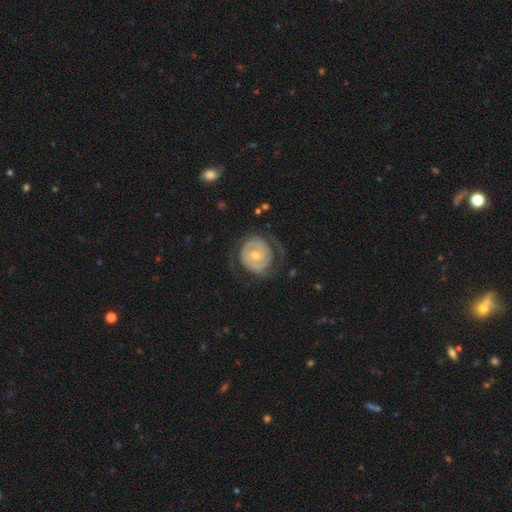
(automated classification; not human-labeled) Overall: featured or disk (76%). Edge-on disk: no (97%). Bar: no (58%; weak 33%). Spiral arms: yes (81%). Spiral arm count: 2 (58%; can't tell 21%). Spiral winding: tight (59%; medium 26%). Bulge size: moderate (51%; small 44%). Merging: none (60%).